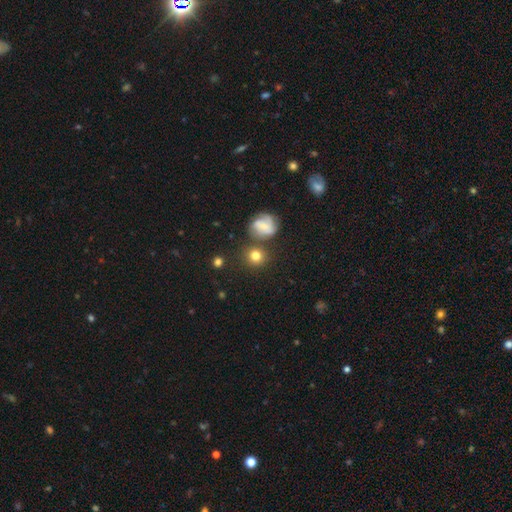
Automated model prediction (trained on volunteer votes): Smooth or featured: smooth — 78% (featured or disk — 12%)
How rounded: round — 87% (in between — 12%)
Merging: none — 74% (merger — 11%)